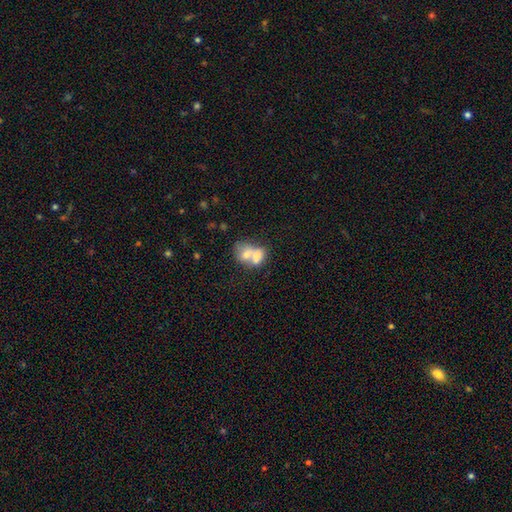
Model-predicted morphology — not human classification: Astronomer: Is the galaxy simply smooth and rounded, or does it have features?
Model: smooth — 68%.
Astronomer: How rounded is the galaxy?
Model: in between — 68%.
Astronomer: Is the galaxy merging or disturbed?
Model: merger — 73%.